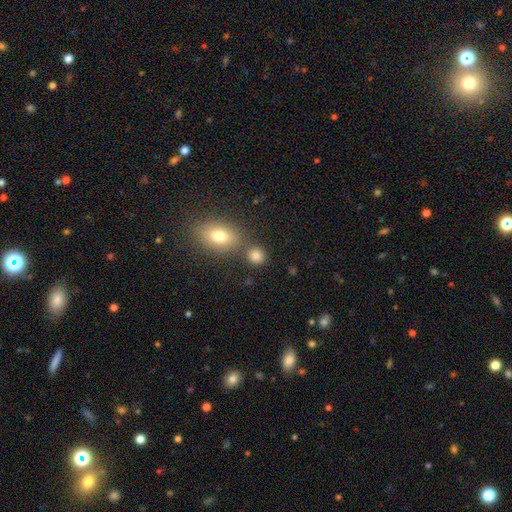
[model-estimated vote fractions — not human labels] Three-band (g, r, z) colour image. It shows a smooth galaxy with no disk features (83%) that is round (81%). Merging: none (72%).